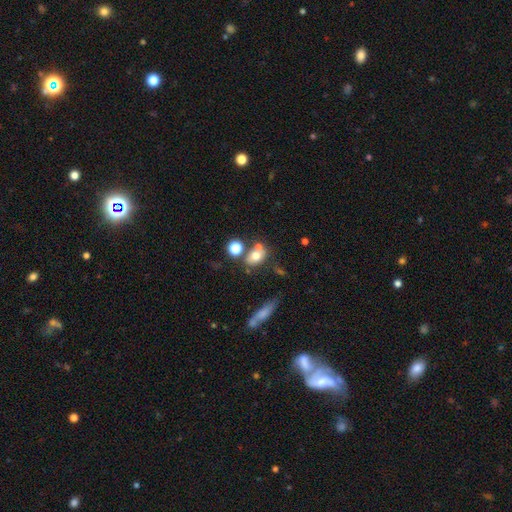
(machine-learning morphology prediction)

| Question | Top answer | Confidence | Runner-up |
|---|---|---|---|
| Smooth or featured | smooth | 67% | featured or disk (19%) |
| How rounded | in between | 61% | round (36%) |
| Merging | none | 49% | merger (31%) |